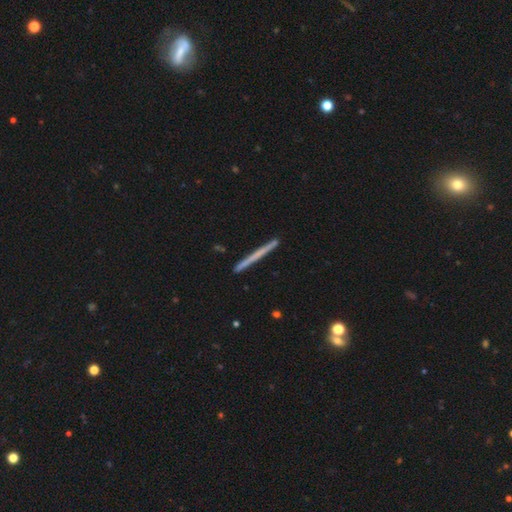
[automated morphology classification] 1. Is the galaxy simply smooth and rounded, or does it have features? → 48% featured or disk, 46% smooth, 6% star or artifact.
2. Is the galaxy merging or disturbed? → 92% none, 6% minor disturbance, 1% merger, 1% major disturbance.